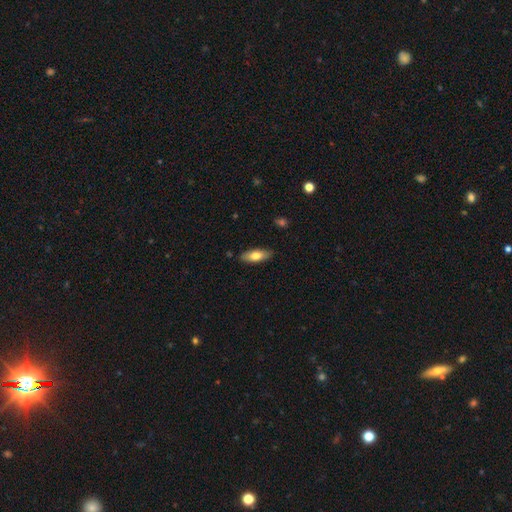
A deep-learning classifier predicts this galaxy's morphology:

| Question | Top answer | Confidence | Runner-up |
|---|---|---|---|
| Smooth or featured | smooth | 71% | featured or disk (23%) |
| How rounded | in between | 70% | cigar-shaped (28%) |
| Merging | none | 85% | minor disturbance (12%) |